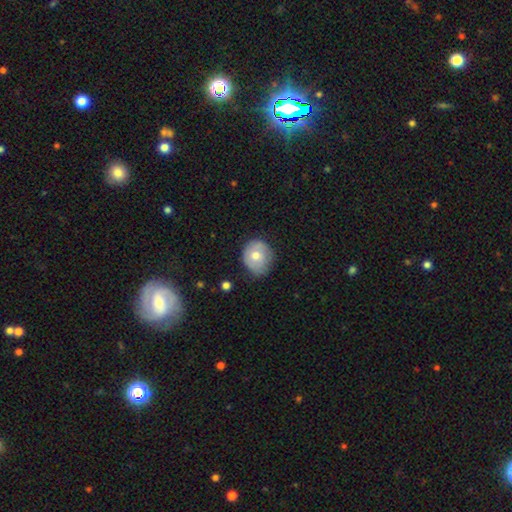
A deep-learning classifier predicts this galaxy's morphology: A smooth galaxy with no disk features (64%) that is round (69%).

Vote fractions:
- Smooth or featured? smooth: 64% / featured or disk: 29% / star or artifact: 7%
- How rounded? round: 69% / in between: 30% / cigar-shaped: 1%
- Merging? none: 64% / minor disturbance: 29% / major disturbance: 6% / merger: 2%